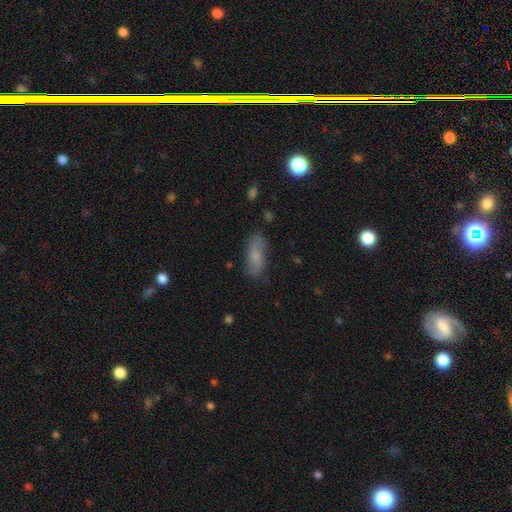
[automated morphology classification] smooth 74%, featured or disk 17%, star or artifact 9%. Down the decision tree: how rounded — in between (66%); merging — none (80%).